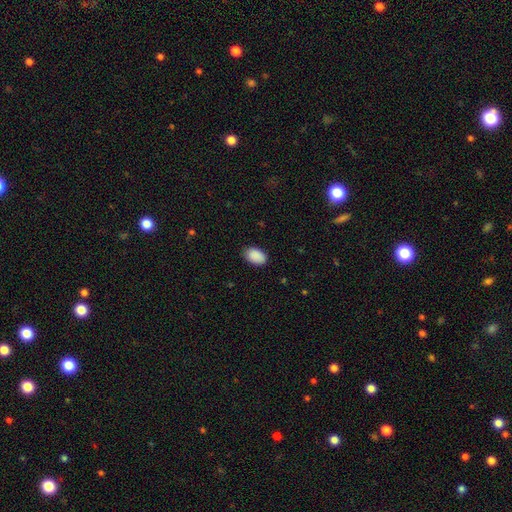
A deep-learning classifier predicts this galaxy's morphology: A smooth galaxy with no disk features (90%) that is in between round and cigar-shaped (90%).

Vote fractions:
- Smooth or featured? smooth: 90% / star or artifact: 7% / featured or disk: 3%
- How rounded? in between: 90% / round: 9% / cigar-shaped: 1%
- Merging? none: 85% / minor disturbance: 12% / major disturbance: 2% / merger: 1%